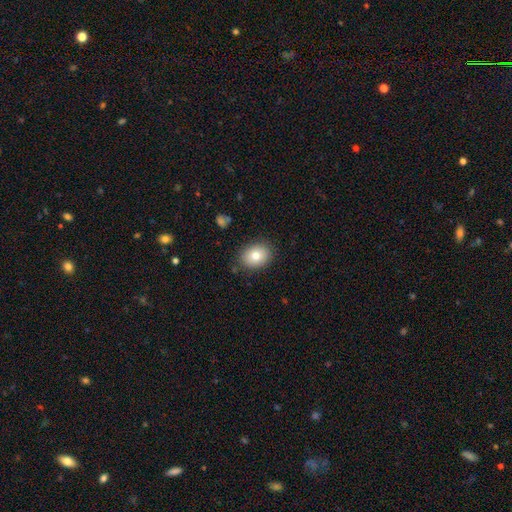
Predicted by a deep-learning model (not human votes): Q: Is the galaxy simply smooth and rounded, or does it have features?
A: smooth — 79%.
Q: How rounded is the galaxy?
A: in between — 58%.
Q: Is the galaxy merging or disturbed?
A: none — 85%.